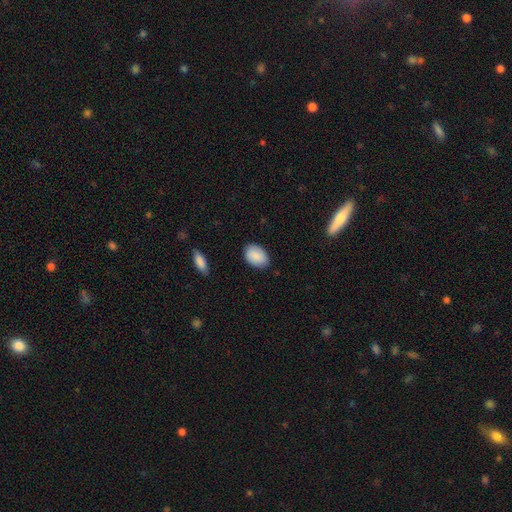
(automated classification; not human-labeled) The model was most divided on "merging": none: 83%, minor disturbance: 13%, major disturbance: 2%, merger: 1%. More confident: smooth or featured — smooth (86%); how rounded — in between (85%).